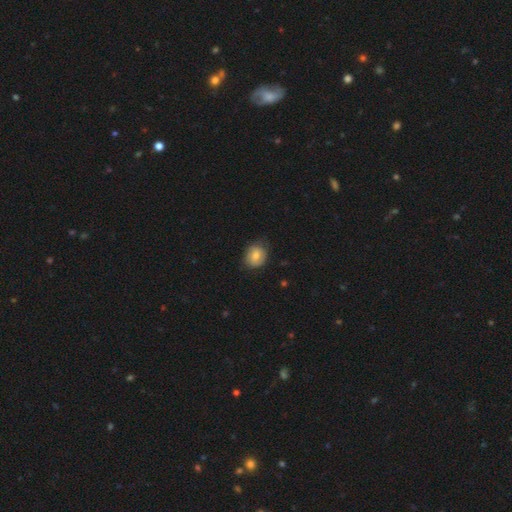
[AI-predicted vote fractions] Morphology: type=smooth (71%); roundness=round (62%); merging=none (72%).